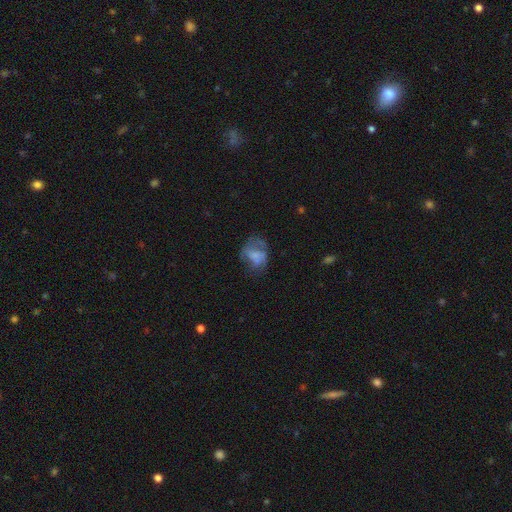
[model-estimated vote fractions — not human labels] Overall: smooth (50%; featured or disk 40%). Merging: none (40%; major disturbance 33%).